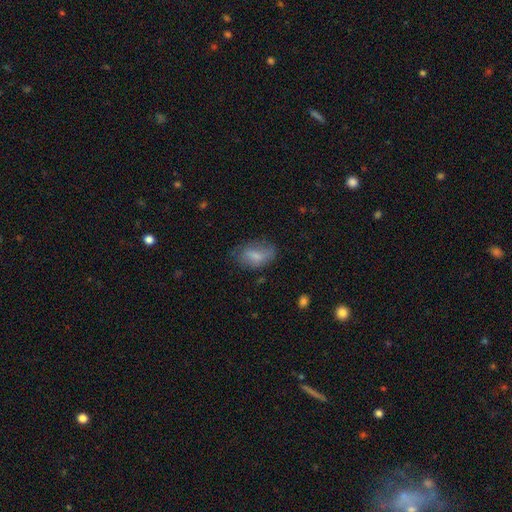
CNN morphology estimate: Smooth or featured? smooth (69%)
How rounded? in between (87%)
Merging? none (58%)